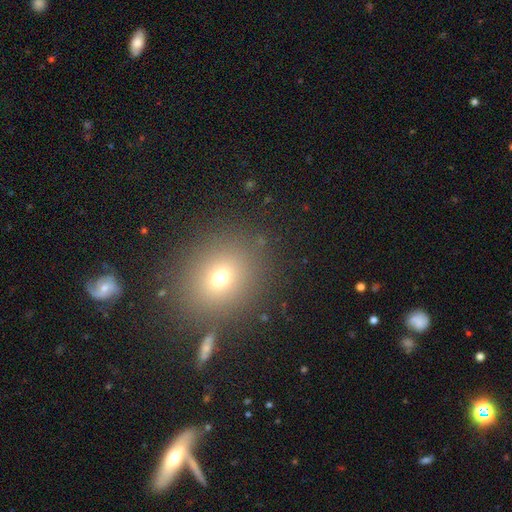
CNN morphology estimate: type=smooth (59%); roundness=round (79%); merging=none (86%).